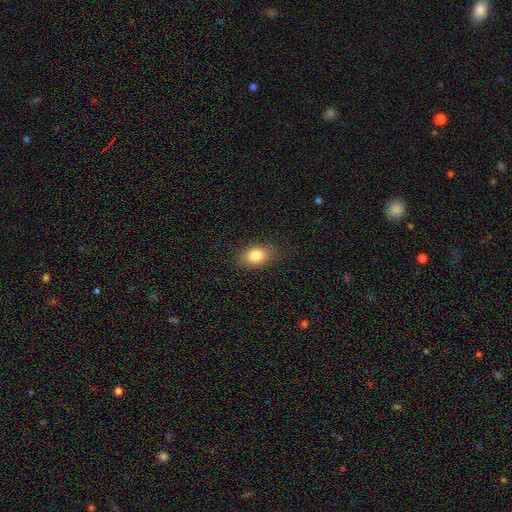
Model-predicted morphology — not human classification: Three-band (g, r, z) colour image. It shows a smooth galaxy with no disk features (81%) that is in between round and cigar-shaped (82%). Merging: none (86%).